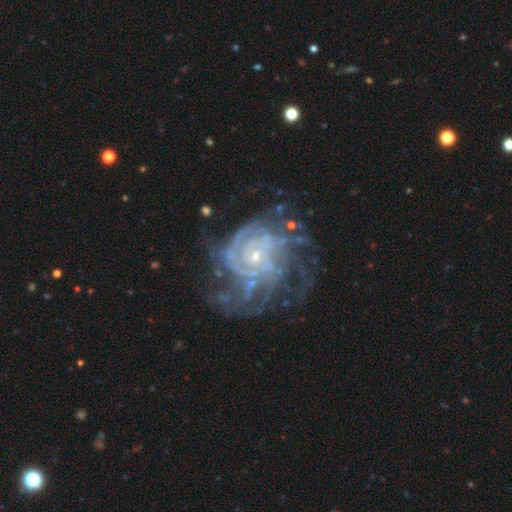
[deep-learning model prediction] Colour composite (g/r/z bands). It shows a featured or disk galaxy (88%) with no bar (70%), tight (71%) spiral arms (96%) and a small central bulge (76%). Merging: none (56%).